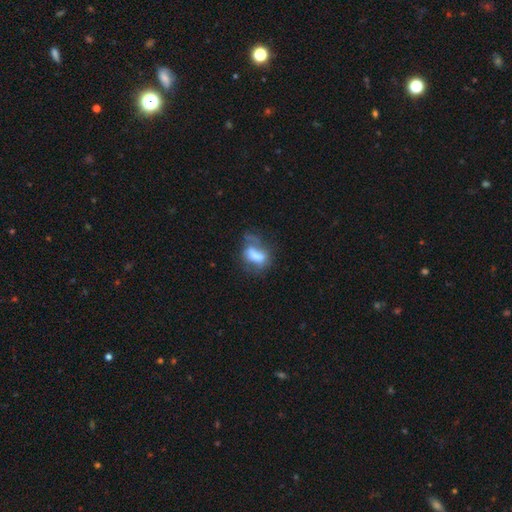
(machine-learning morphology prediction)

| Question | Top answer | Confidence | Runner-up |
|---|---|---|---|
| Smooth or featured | smooth | 48% | featured or disk (42%) |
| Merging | major disturbance | 38% | none (28%) |